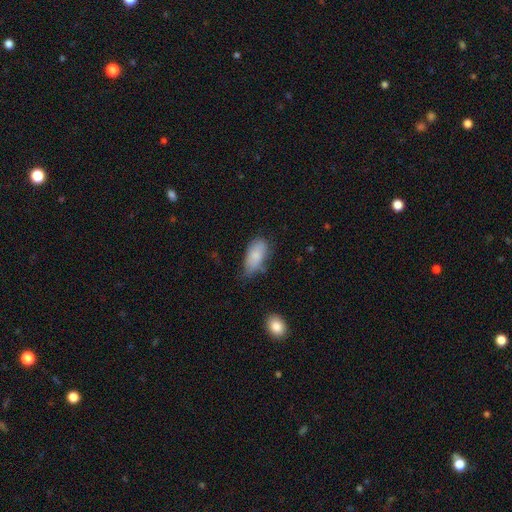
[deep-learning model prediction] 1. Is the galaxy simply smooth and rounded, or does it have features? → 82% smooth, 11% featured or disk, 7% star or artifact.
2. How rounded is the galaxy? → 91% in between, 7% cigar-shaped, 3% round.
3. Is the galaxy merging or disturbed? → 47% none, 39% minor disturbance, 11% major disturbance, 4% merger.